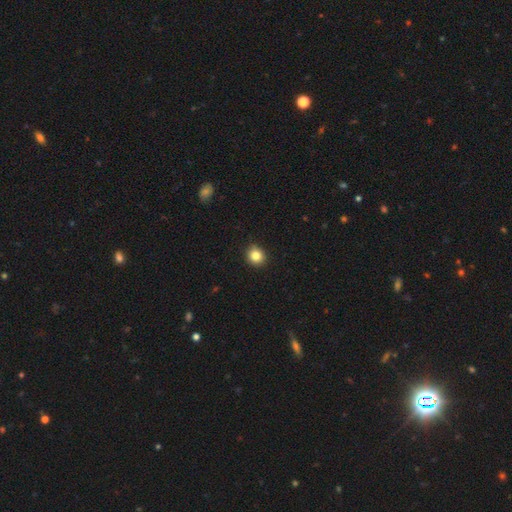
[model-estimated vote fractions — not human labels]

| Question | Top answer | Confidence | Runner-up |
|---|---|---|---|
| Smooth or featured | smooth | 84% | star or artifact (10%) |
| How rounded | round | 81% | in between (19%) |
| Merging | none | 89% | minor disturbance (8%) |